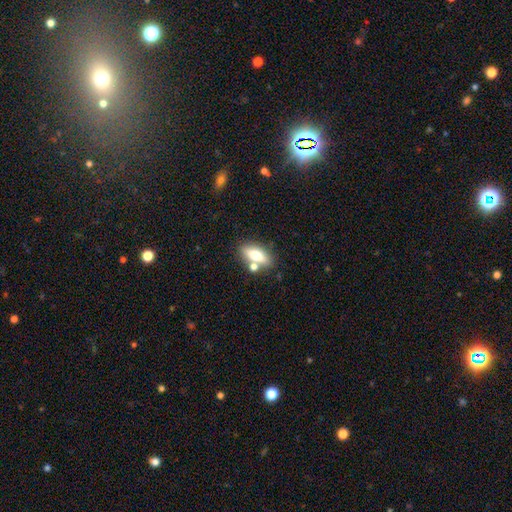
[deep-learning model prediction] Smooth or featured? Predicted: smooth (p=0.66). How rounded? Predicted: in between (p=0.77). Merging? Predicted: none (p=0.67).